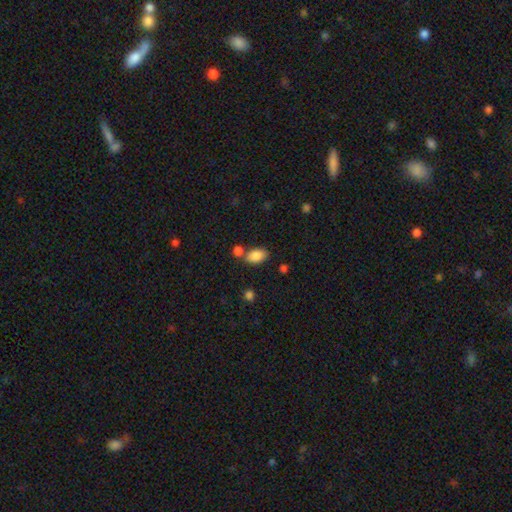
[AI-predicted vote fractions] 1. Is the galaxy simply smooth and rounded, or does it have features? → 87% smooth, 8% star or artifact, 5% featured or disk.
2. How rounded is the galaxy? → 90% in between, 8% round, 2% cigar-shaped.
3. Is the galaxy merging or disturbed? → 60% none, 22% merger, 13% minor disturbance, 4% major disturbance.